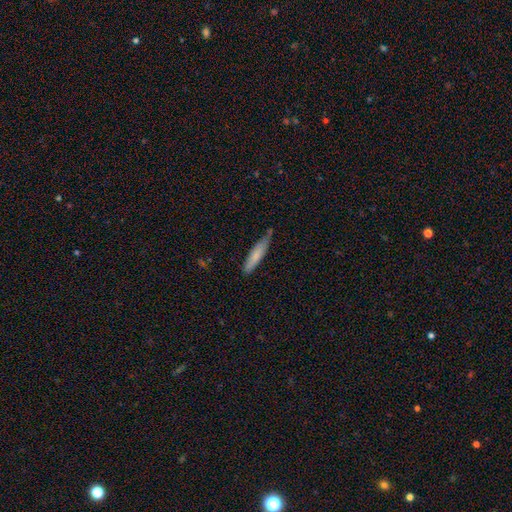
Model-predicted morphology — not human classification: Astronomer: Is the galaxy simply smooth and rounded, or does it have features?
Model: smooth — 75%.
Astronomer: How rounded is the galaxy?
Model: cigar-shaped — 87%.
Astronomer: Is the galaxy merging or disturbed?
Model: none — 70%.